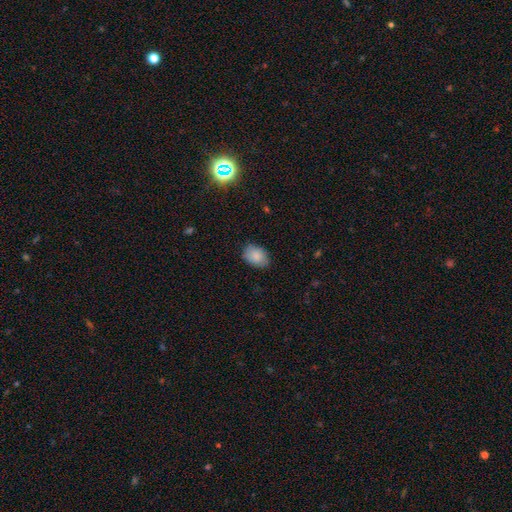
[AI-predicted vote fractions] Smooth or featured? Predicted: smooth (p=0.87). How rounded? Predicted: in between (p=0.79). Merging? Predicted: none (p=0.81).